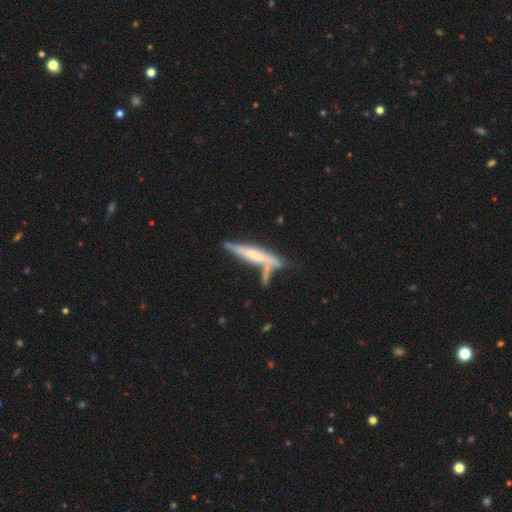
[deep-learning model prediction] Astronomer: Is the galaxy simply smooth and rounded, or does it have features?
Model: featured or disk — 55% (runner-up: smooth, 38%).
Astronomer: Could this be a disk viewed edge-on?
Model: yes — 90%.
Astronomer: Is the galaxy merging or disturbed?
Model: none — 51%.